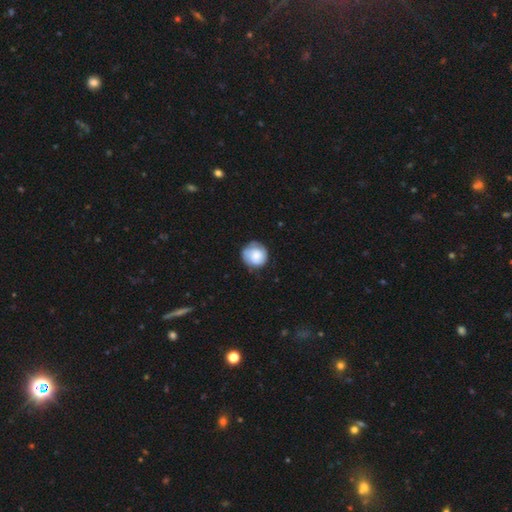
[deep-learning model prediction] Overall: smooth (62%; featured or disk 31%). How rounded: round (89%). Merging: none (69%).